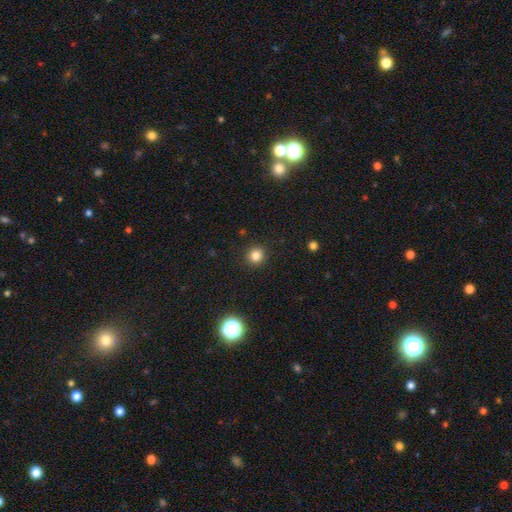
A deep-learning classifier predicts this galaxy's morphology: type=smooth (82%); roundness=round (92%); merging=none (91%).